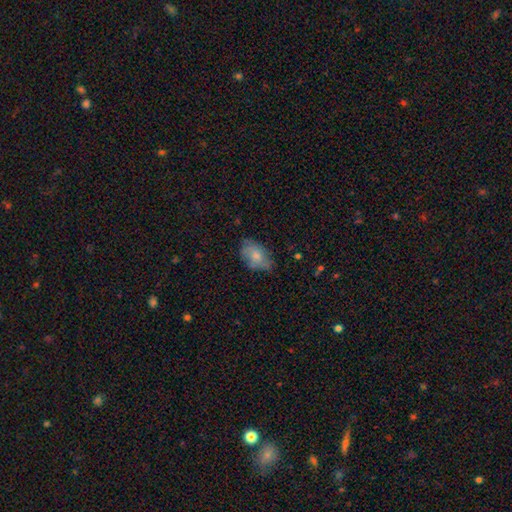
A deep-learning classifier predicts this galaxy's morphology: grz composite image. It shows a smooth galaxy with no disk features (72%) that is in between round and cigar-shaped (89%). Merging: none (65%).